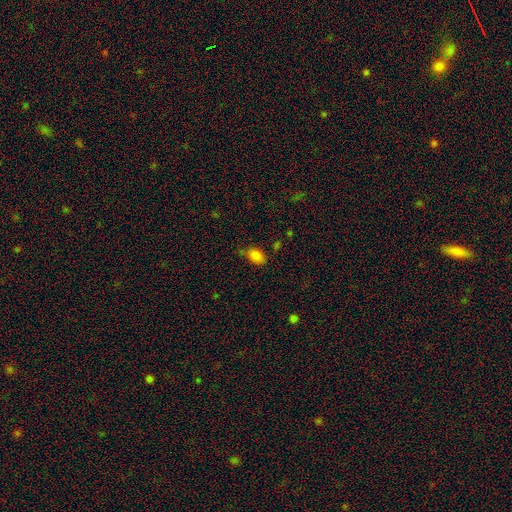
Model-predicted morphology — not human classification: This is clearly a smooth galaxy (83%). How rounded: likely in between (79%). Merging: likely none (60%).